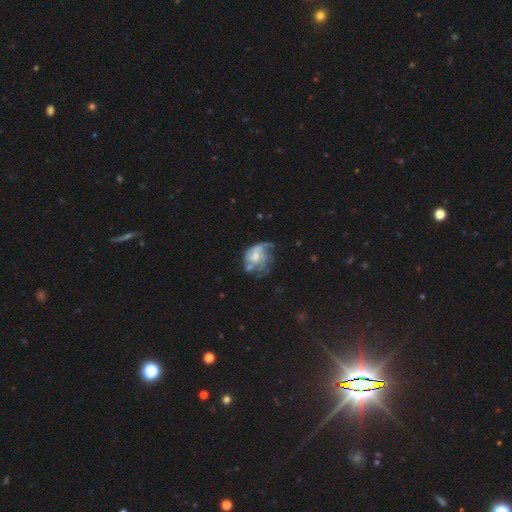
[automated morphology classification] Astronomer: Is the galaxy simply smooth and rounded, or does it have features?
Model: featured or disk — 65%.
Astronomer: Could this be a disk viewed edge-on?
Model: no — 98%.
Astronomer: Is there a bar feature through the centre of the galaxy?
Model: no — 68%.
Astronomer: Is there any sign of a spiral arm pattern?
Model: yes — 63%.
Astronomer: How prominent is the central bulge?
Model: moderate — 48% (runner-up: small, 34%).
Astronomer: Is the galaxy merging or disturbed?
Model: major disturbance — 36% (runner-up: none, 32%).